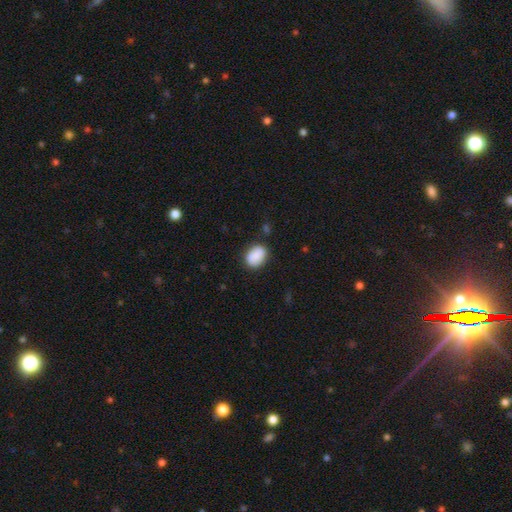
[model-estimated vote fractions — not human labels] A smooth galaxy with no disk features (88%) that is in between round and cigar-shaped (73%). Merging: none (80%).